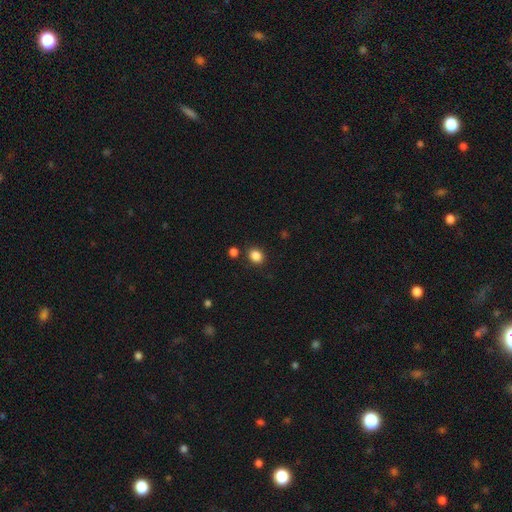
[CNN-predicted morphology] type=smooth (86%); roundness=round (56%); merging=none (84%).